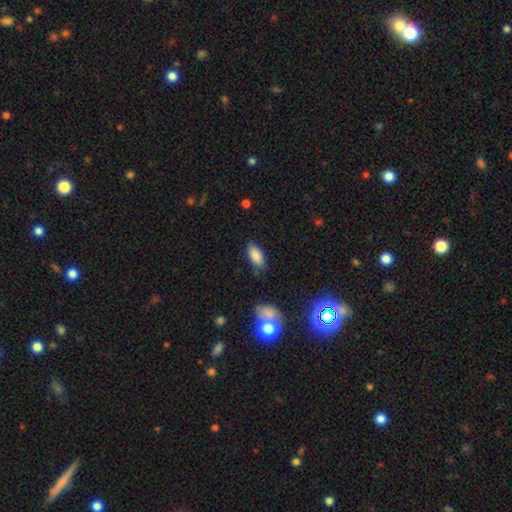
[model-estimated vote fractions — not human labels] The model was most divided on "merging": none: 78%, minor disturbance: 15%, major disturbance: 4%, merger: 3%. More confident: how rounded — in between (88%); smooth or featured — smooth (85%).